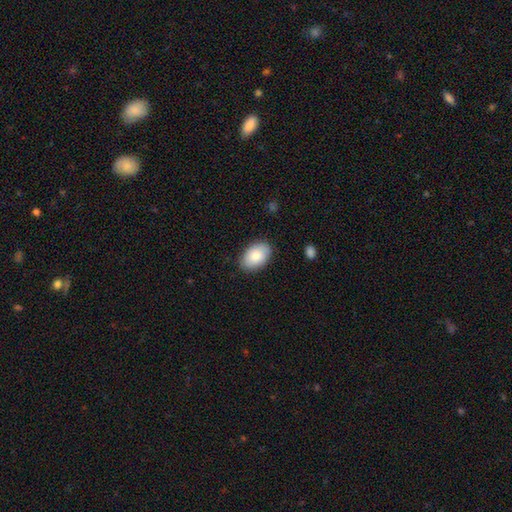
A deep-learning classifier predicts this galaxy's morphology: smooth 84%, featured or disk 10%, star or artifact 6%. Down the decision tree: how rounded — in between (90%); merging — none (84%).